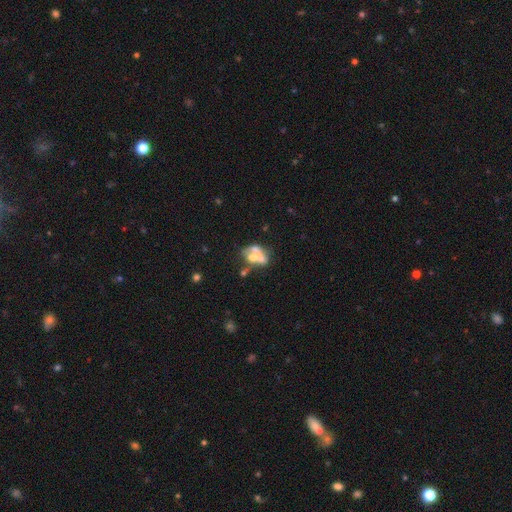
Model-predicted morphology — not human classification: This appears to be a featured or disk galaxy (49%). Merging: merger (45%).